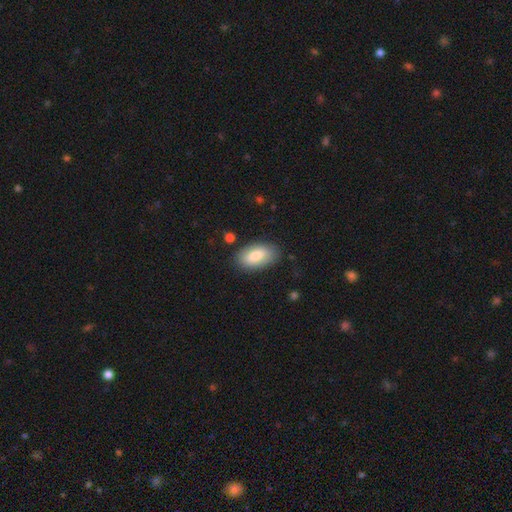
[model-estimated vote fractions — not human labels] A smooth galaxy with no disk features (78%) that is in between round and cigar-shaped (94%). Merging: none (84%).